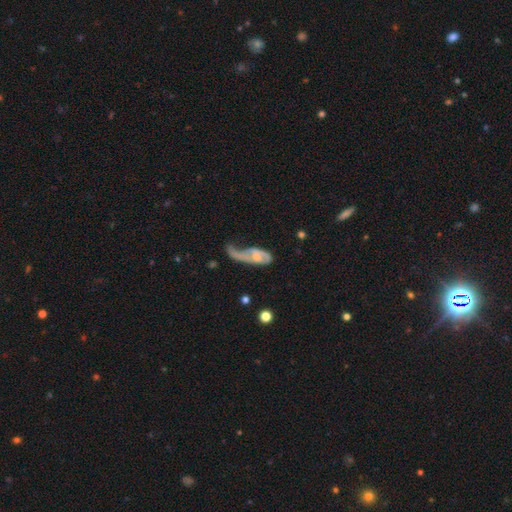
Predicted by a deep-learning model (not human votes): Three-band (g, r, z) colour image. It shows a featured or disk galaxy (62%) with no bar (59%), spiral arms (69%) and a small central bulge (45%). Merging: major disturbance (53%).